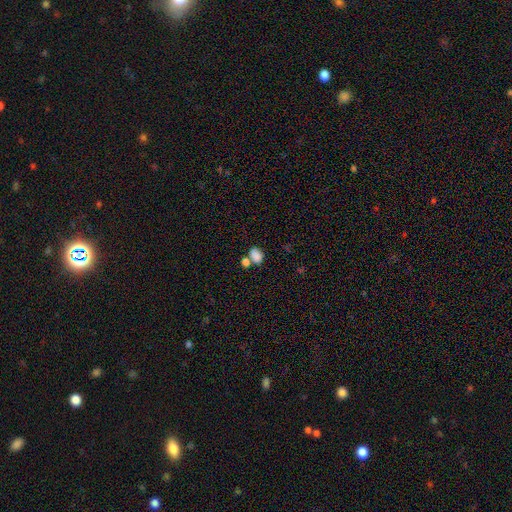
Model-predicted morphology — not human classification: smooth 83%, star or artifact 10%, featured or disk 6%. Down the decision tree: how rounded — in between (74%); merging — none (47%).